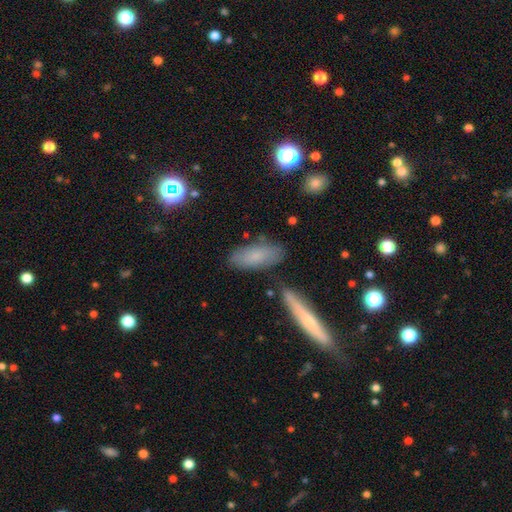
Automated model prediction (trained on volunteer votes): Overall: smooth (73%). How rounded: in between (76%). Merging: none (76%).